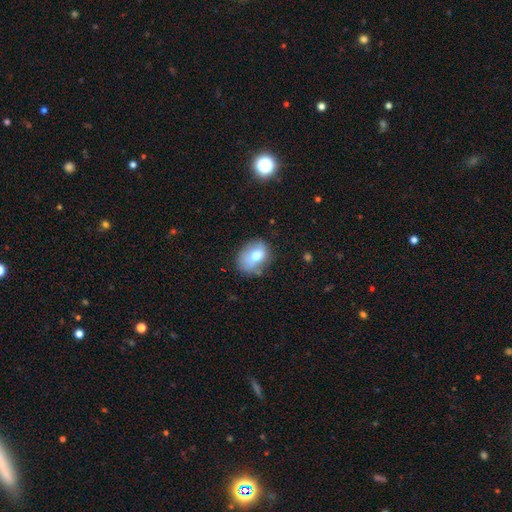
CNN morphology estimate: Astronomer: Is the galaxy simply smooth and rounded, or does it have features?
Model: smooth — 71%.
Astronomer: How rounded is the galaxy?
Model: in between — 64%.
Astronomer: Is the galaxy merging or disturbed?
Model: none — 64%.